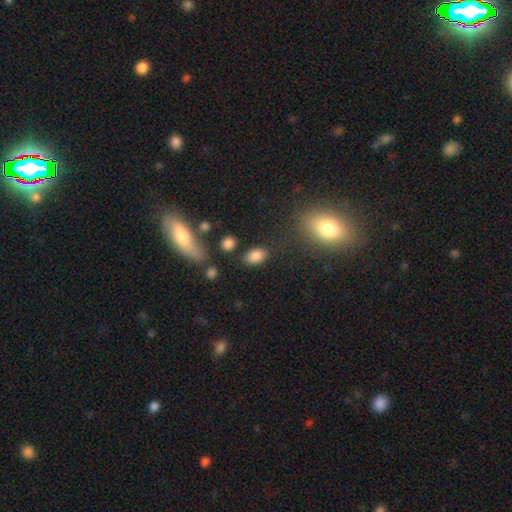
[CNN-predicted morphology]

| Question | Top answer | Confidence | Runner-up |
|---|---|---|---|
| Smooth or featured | smooth | 85% | star or artifact (10%) |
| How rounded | in between | 87% | round (11%) |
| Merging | none | 77% | minor disturbance (14%) |